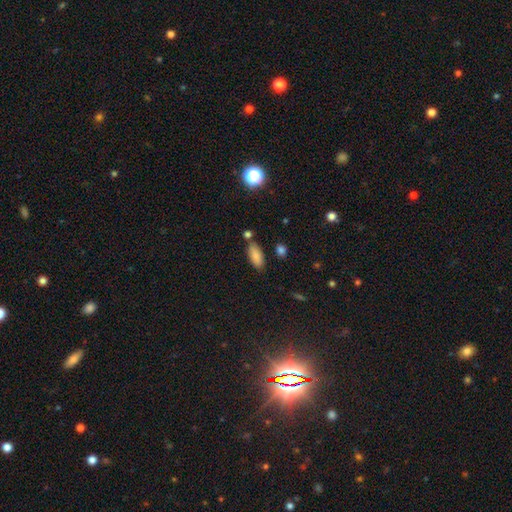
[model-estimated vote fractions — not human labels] A smooth galaxy with no disk features (84%) that is in between round and cigar-shaped (86%).

Vote fractions:
- Smooth or featured? smooth: 84% / star or artifact: 9% / featured or disk: 7%
- How rounded? in between: 86% / cigar-shaped: 12% / round: 2%
- Merging? none: 76% / minor disturbance: 13% / merger: 8% / major disturbance: 3%